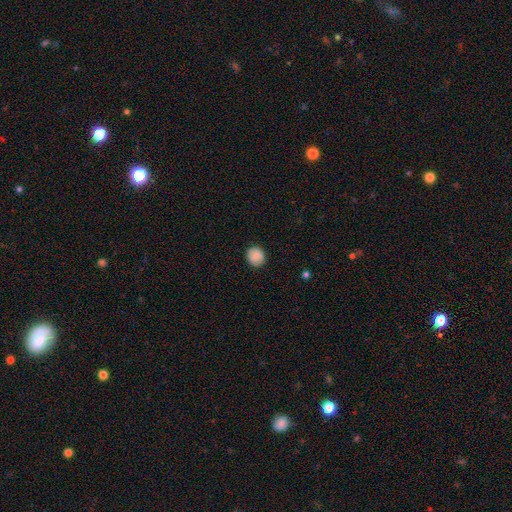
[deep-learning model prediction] Smooth or featured: smooth — 84% (featured or disk — 9%)
How rounded: round — 79% (in between — 20%)
Merging: none — 86% (minor disturbance — 11%)